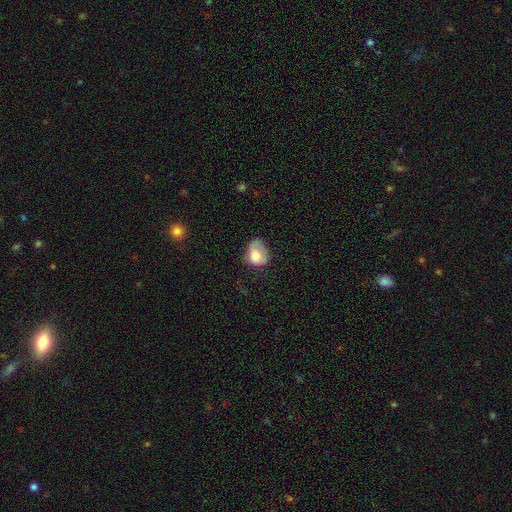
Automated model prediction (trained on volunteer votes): Q: Smooth or featured?
A: smooth (74%); runner-up: featured or disk (17%)
Q: How rounded?
A: in between (58%); runner-up: round (41%)
Q: Merging?
A: minor disturbance (37%); runner-up: none (31%)